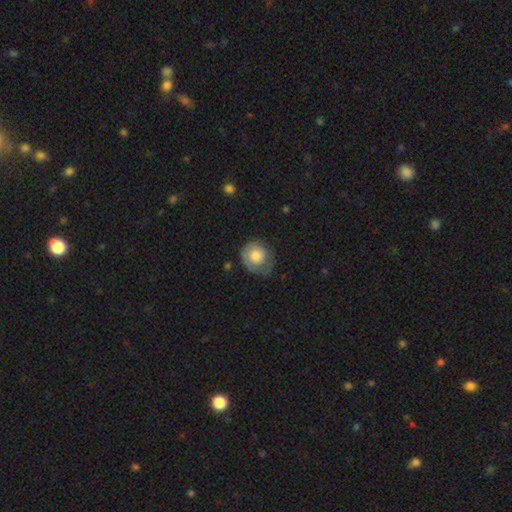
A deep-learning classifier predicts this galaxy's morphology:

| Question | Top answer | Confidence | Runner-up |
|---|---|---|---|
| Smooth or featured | smooth | 61% | featured or disk (32%) |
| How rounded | round | 82% | in between (17%) |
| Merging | none | 54% | minor disturbance (27%) |